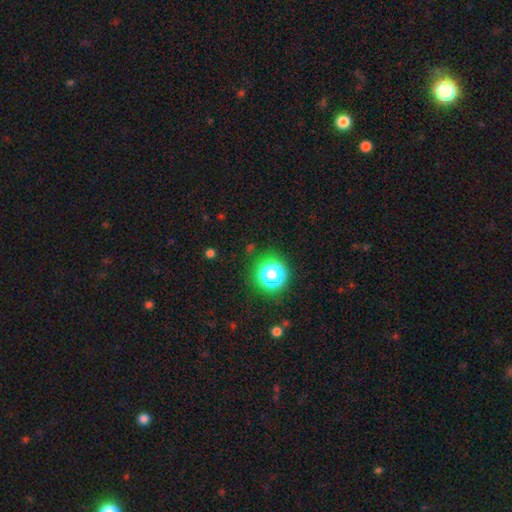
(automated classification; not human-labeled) star or artifact 69%, smooth 25%, featured or disk 6%.